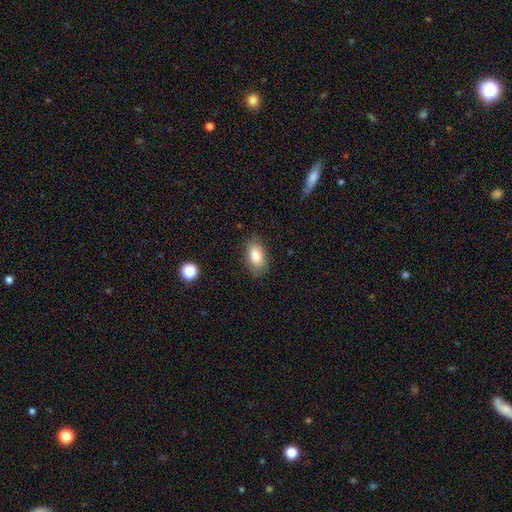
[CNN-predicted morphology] Smooth or featured? Predicted: smooth (p=0.84). How rounded? Predicted: in between (p=0.91). Merging? Predicted: none (p=0.82).